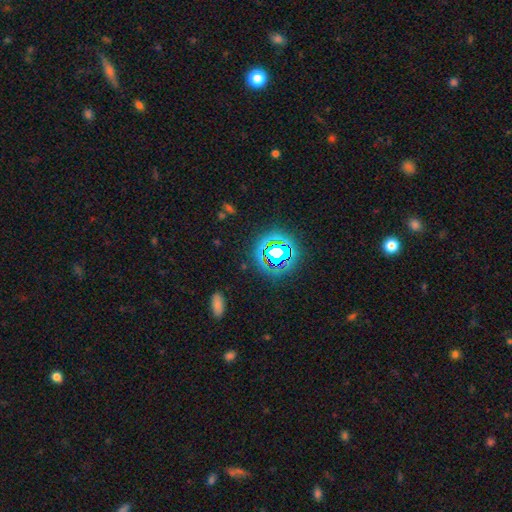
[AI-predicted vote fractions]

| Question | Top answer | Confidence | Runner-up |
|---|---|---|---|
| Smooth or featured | star or artifact | 75% | smooth (17%) |